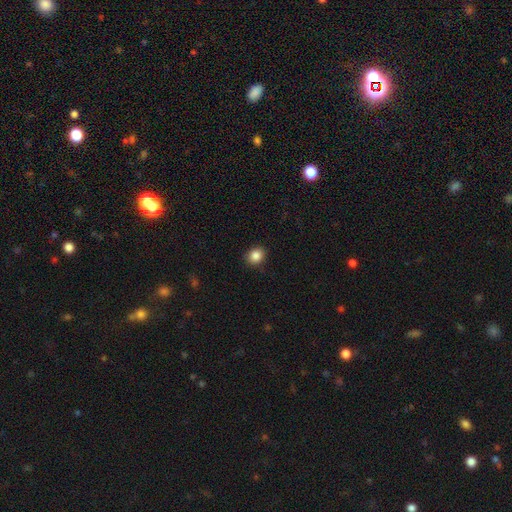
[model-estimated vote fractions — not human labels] A smooth galaxy with no disk features (86%) that is round (66%).

Vote fractions:
- Smooth or featured? smooth: 86% / star or artifact: 10% / featured or disk: 4%
- How rounded? round: 66% / in between: 34% / cigar-shaped: 1%
- Merging? none: 89% / minor disturbance: 8% / major disturbance: 2% / merger: 1%